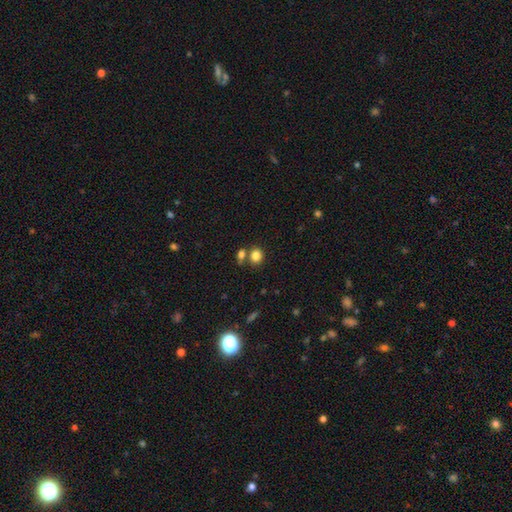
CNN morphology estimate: This is clearly a smooth galaxy (83%). How rounded: likely round (67%). Merging: likely none (61%).